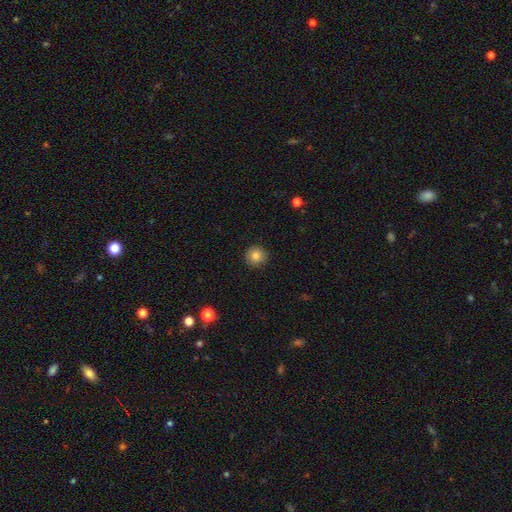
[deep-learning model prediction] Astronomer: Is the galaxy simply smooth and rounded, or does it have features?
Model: smooth — 82%.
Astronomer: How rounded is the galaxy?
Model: round — 95%.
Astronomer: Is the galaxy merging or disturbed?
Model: none — 91%.